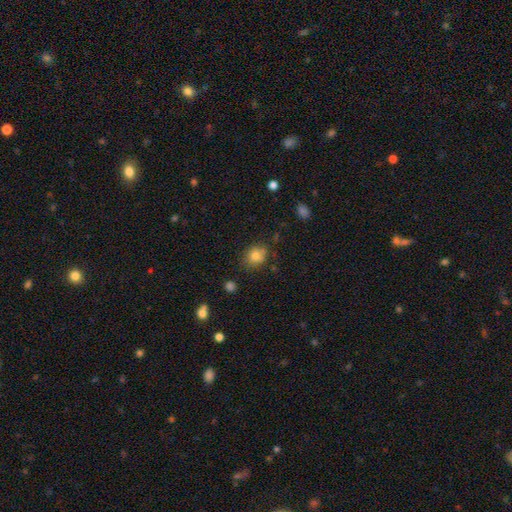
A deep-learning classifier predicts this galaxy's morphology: Smooth or featured? Predicted: smooth (p=0.80). How rounded? Predicted: round (p=0.62). Merging? Predicted: none (p=0.72).